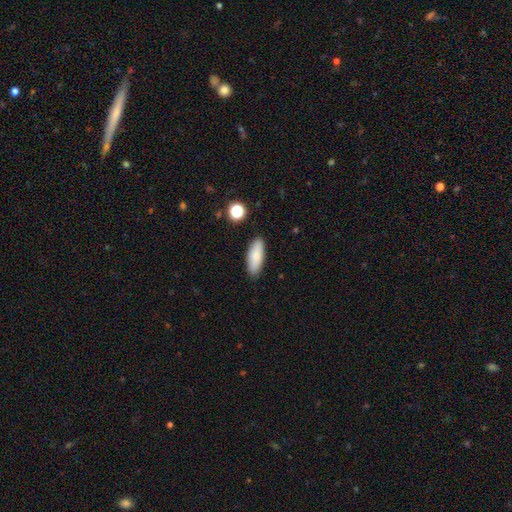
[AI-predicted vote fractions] smooth 83%, featured or disk 10%, star or artifact 7%. Down the decision tree: how rounded — in between (66%); merging — none (88%).